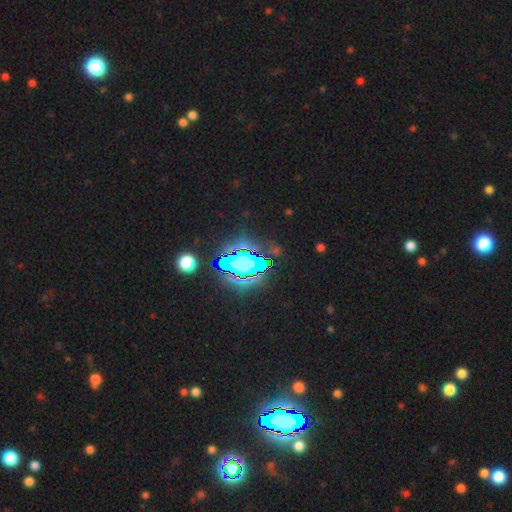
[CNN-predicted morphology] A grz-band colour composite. It shows a star or artifact, not a galaxy (84%).